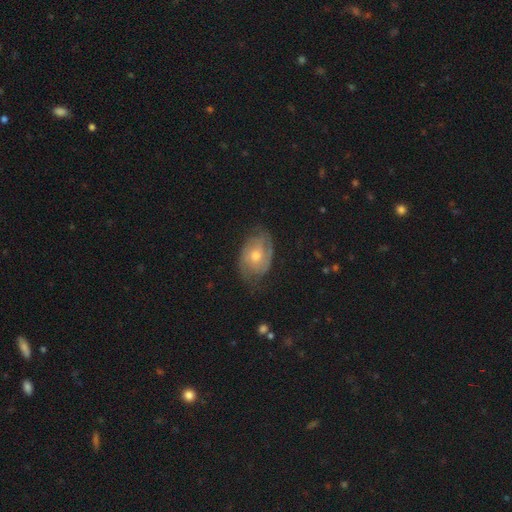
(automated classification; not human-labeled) This is likely a featured or disk galaxy (74%). It is clearly not viewed edge-on (96%). Bar: likely no (70%). Spiral arm pattern: clearly yes (90%). Spiral arm count: likely 2 (64%). Spiral winding: possibly tight (49%). Central bulge: likely moderate (71%). Merging: likely none (69%).